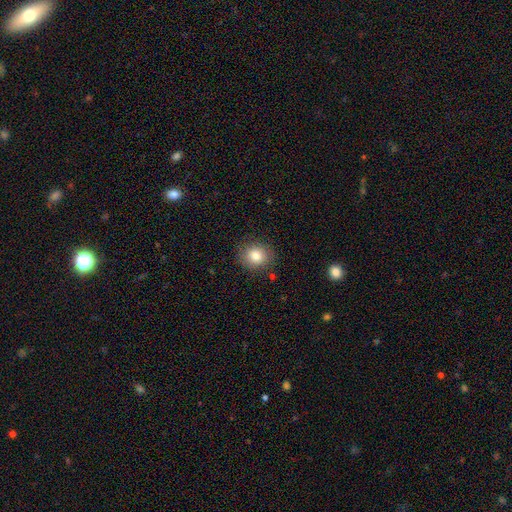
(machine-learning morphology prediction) smooth-or-featured: smooth: 82% | star or artifact: 10% | featured or disk: 8%
  how-rounded: round: 76% | in between: 23% | cigar-shaped: 1%
  merging: none: 86% | minor disturbance: 10% | major disturbance: 3% | merger: 1%